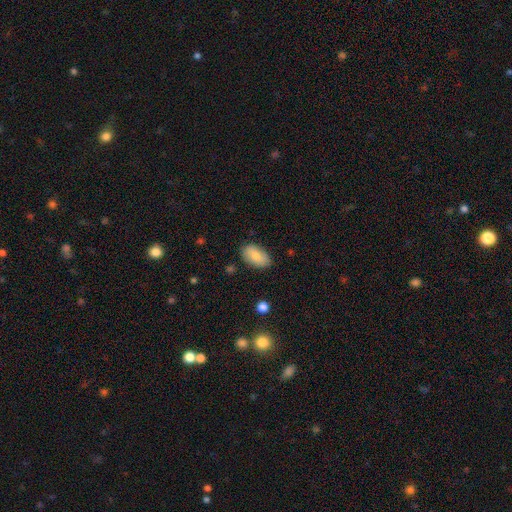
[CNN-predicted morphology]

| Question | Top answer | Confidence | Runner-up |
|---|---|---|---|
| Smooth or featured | smooth | 81% | featured or disk (12%) |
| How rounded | in between | 94% | round (5%) |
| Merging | none | 83% | minor disturbance (13%) |